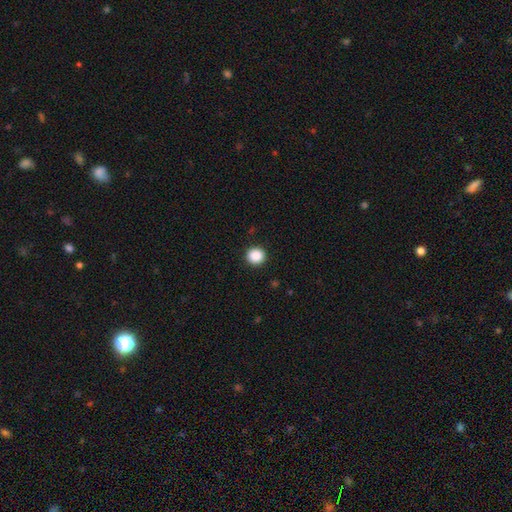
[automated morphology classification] type=smooth (88%); roundness=round (93%); merging=none (92%).